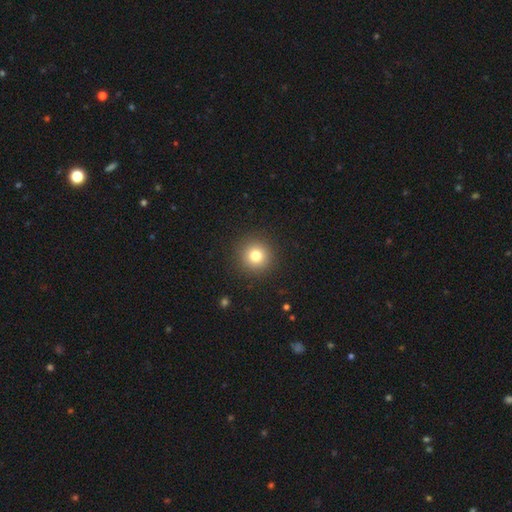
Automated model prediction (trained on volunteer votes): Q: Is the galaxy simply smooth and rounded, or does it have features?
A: smooth — 79%.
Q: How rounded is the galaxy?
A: round — 95%.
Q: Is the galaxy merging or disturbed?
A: none — 92%.